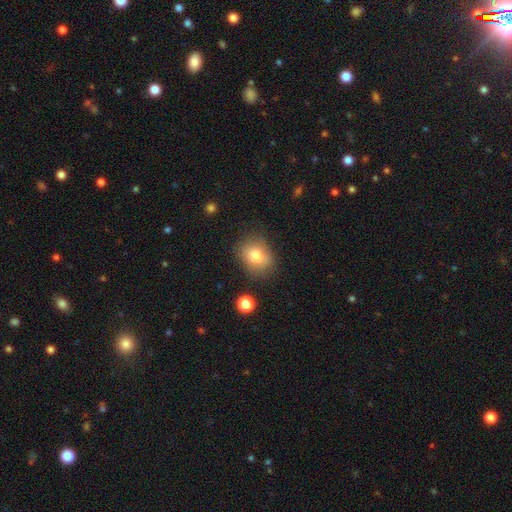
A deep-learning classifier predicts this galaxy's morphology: Smooth or featured? smooth (80%)
How rounded? in between (51%)
Merging? none (74%)